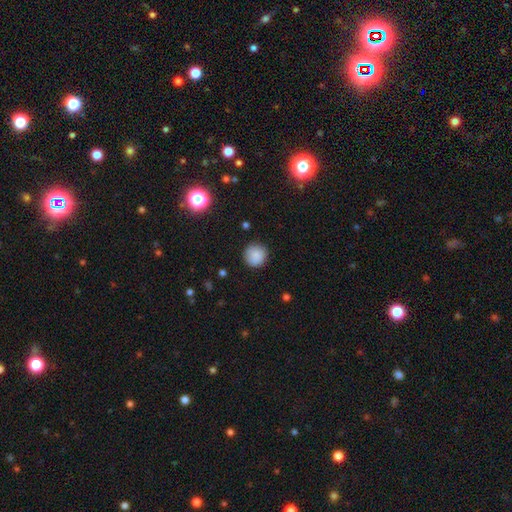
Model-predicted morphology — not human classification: A smooth galaxy with no disk features (86%) that is round (94%).

Vote fractions:
- Smooth or featured? smooth: 86% / star or artifact: 10% / featured or disk: 5%
- How rounded? round: 94% / in between: 5% / cigar-shaped: 1%
- Merging? none: 88% / minor disturbance: 9% / major disturbance: 2% / merger: 1%